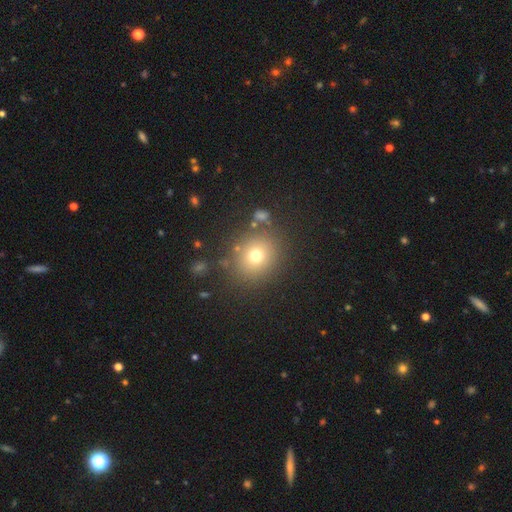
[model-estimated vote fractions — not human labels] A smooth galaxy with no disk features (72%) that is round (80%).

Vote fractions:
- Smooth or featured? smooth: 72% / star or artifact: 16% / featured or disk: 12%
- How rounded? round: 80% / in between: 19% / cigar-shaped: 1%
- Merging? none: 82% / minor disturbance: 9% / major disturbance: 5% / merger: 4%